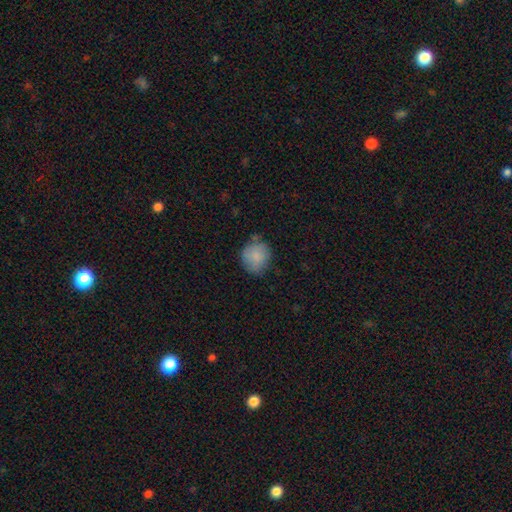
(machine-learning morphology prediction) A smooth galaxy with no disk features (84%) that is round (80%).

Vote fractions:
- Smooth or featured? smooth: 84% / featured or disk: 9% / star or artifact: 7%
- How rounded? round: 80% / in between: 19% / cigar-shaped: 1%
- Merging? none: 68% / minor disturbance: 24% / major disturbance: 5% / merger: 3%